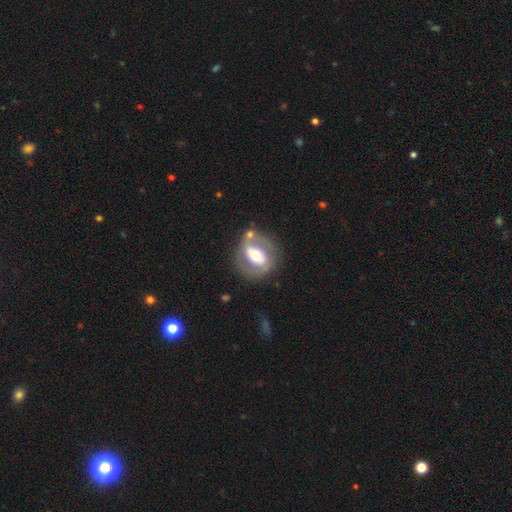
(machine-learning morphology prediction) Smooth or featured? featured or disk (68%)
Edge-on disk? no (95%)
Bar? strong (41%)
Spiral arms? yes (62%)
Bulge size? moderate (66%)
Merging? none (70%)